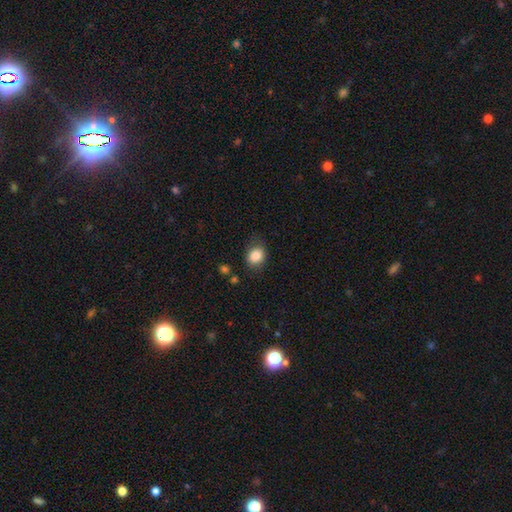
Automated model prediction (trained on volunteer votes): smooth-or-featured: smooth: 85% | star or artifact: 9% | featured or disk: 6%
  how-rounded: round: 56% | in between: 43% | cigar-shaped: 1%
  merging: none: 78% | minor disturbance: 15% | major disturbance: 4% | merger: 2%